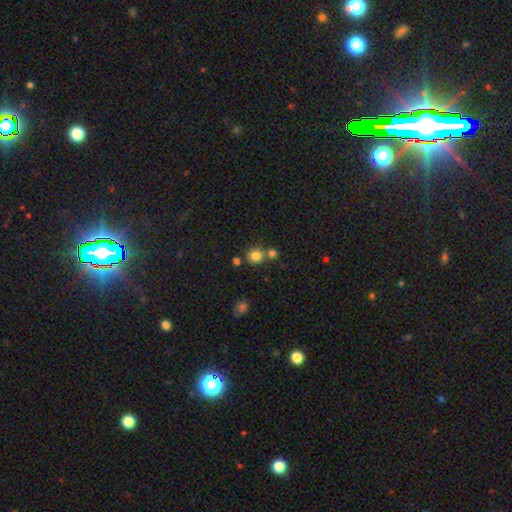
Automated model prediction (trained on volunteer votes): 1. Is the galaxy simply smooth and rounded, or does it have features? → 81% smooth, 13% star or artifact, 6% featured or disk.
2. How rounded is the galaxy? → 90% round, 9% in between, 1% cigar-shaped.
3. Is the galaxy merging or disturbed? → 66% none, 24% merger, 8% minor disturbance, 3% major disturbance.